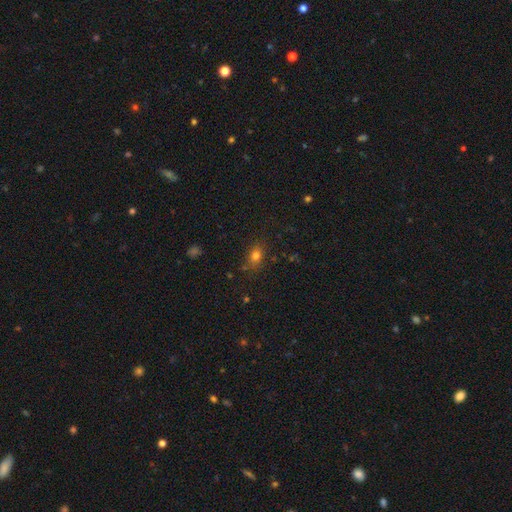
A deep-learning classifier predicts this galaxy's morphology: Q: Smooth or featured?
A: smooth (76%); runner-up: star or artifact (15%)
Q: How rounded?
A: in between (60%); runner-up: round (38%)
Q: Merging?
A: none (79%); runner-up: minor disturbance (14%)